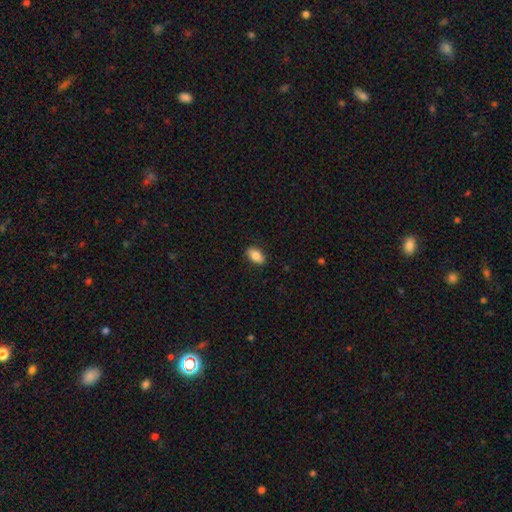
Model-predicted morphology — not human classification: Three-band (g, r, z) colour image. It shows a smooth galaxy with no disk features (85%) that is in between round and cigar-shaped (92%). Merging: none (88%).